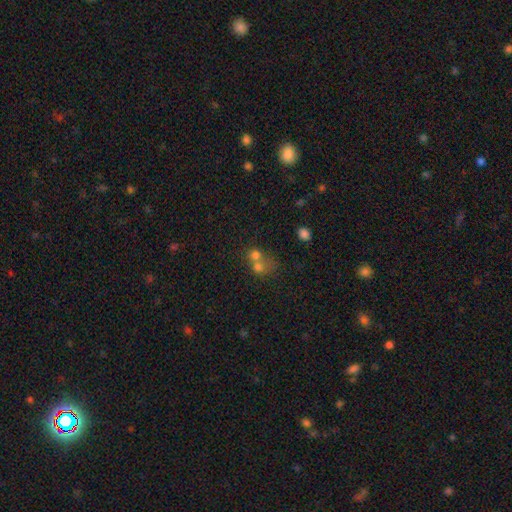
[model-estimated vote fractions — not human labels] smooth-or-featured: smooth: 69% | featured or disk: 16% | star or artifact: 15%
  how-rounded: round: 75% | in between: 24% | cigar-shaped: 1%
  merging: merger: 64% | none: 27% | minor disturbance: 5% | major disturbance: 4%